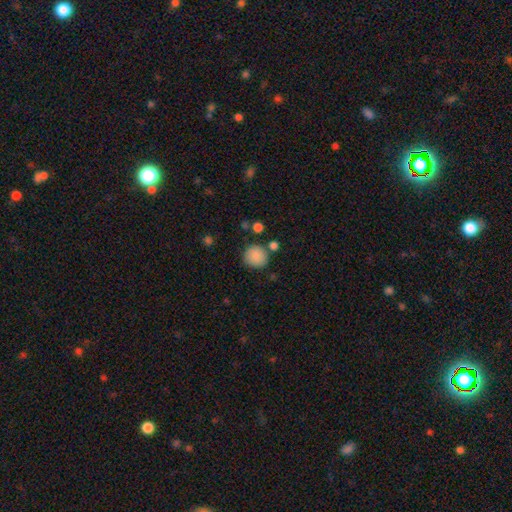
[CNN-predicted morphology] Overall: smooth (86%). How rounded: round (90%). Merging: none (79%).